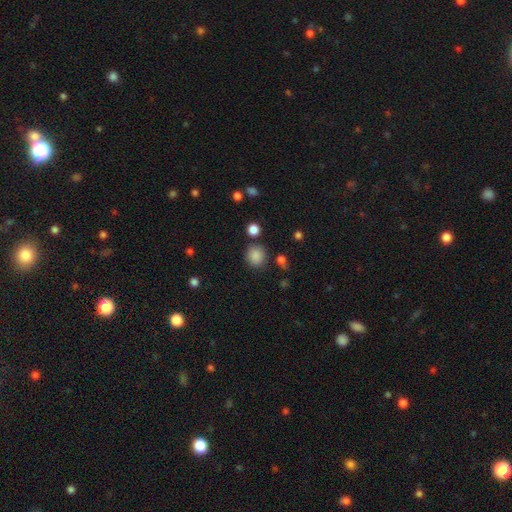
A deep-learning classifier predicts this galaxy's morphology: smooth_or_featured: smooth (p=0.85) [alt: star or artifact p=0.11]
how_rounded: round (p=0.86) [alt: in between p=0.13]
merging: none (p=0.81) [alt: minor disturbance p=0.10]